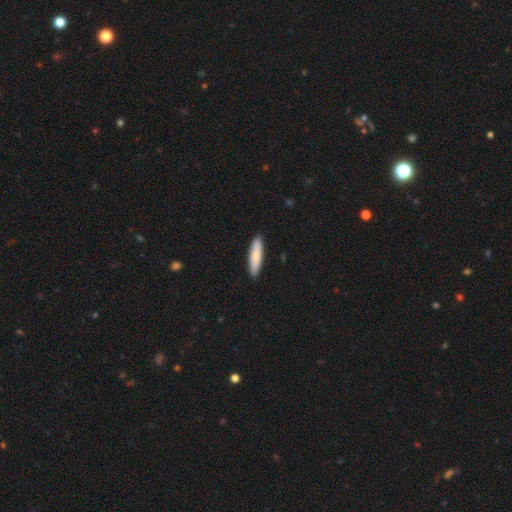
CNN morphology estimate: Smooth or featured: smooth — 80% (featured or disk — 15%)
How rounded: cigar-shaped — 76% (in between — 23%)
Merging: none — 90% (minor disturbance — 7%)